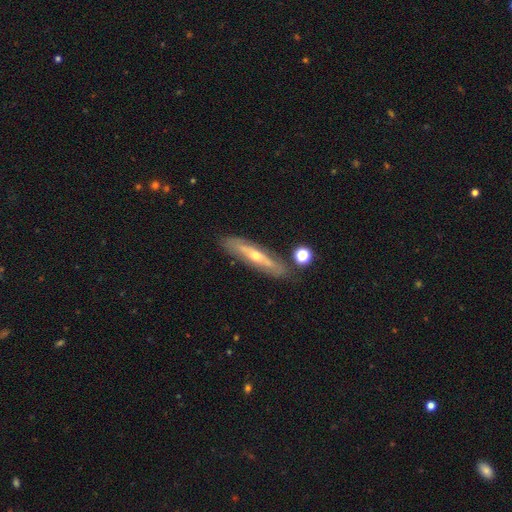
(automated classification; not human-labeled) This appears to be a featured or disk galaxy (67%) viewed edge-on (64%). Merging: none (79%).